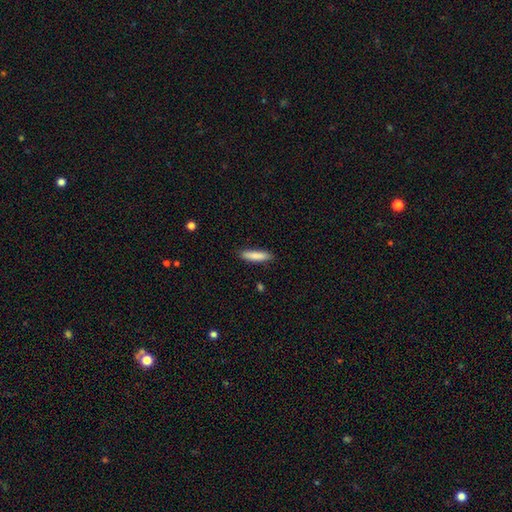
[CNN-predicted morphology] Smooth or featured: smooth — 86% (featured or disk — 8%)
How rounded: cigar-shaped — 78% (in between — 20%)
Merging: none — 88% (minor disturbance — 9%)